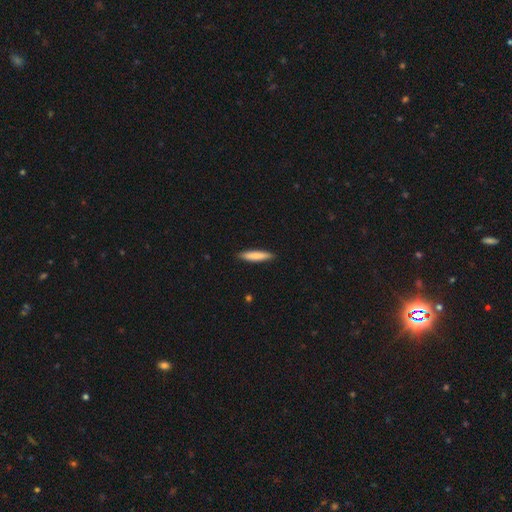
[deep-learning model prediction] Morphology: type=smooth (81%); roundness=cigar-shaped (88%); merging=none (90%).